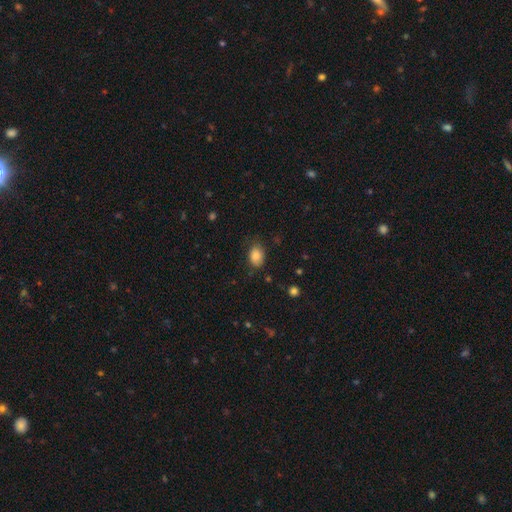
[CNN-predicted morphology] This appears to be a smooth galaxy with no disk features (85%) that is in between round and cigar-shaped (74%). Merging: none (74%).